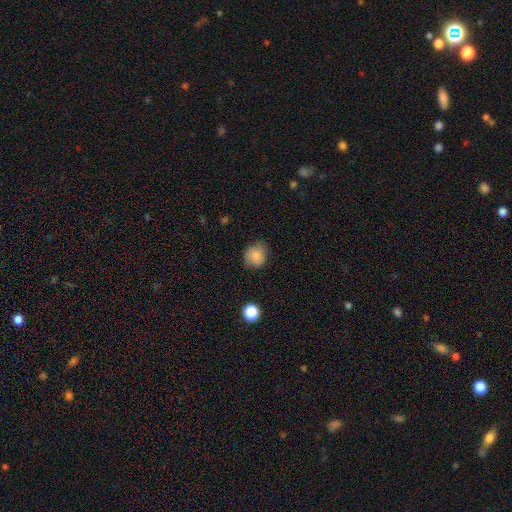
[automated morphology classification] type=smooth (84%); roundness=round (72%); merging=none (65%).